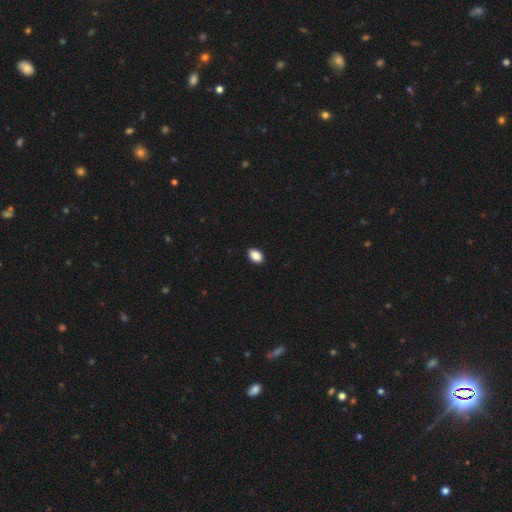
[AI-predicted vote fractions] Smooth or featured? smooth (88%)
How rounded? in between (84%)
Merging? none (91%)